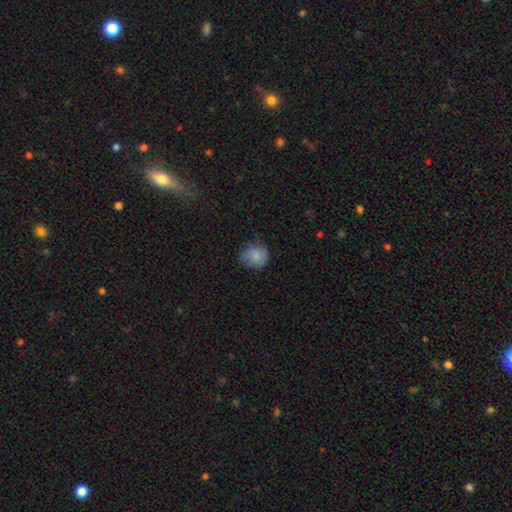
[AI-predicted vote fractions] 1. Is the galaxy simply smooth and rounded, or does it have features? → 80% smooth, 12% featured or disk, 8% star or artifact.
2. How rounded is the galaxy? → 83% round, 16% in between, 1% cigar-shaped.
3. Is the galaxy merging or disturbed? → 71% none, 23% minor disturbance, 5% major disturbance, 1% merger.